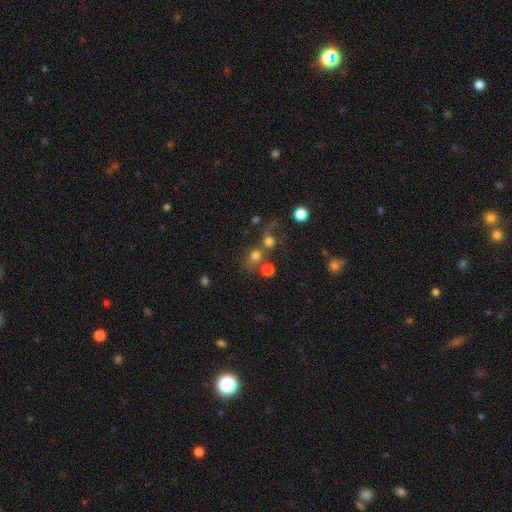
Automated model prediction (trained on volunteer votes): Smooth or featured? Predicted: smooth (p=0.70). How rounded? Predicted: round (p=0.75). Merging? Predicted: merger (p=0.42).